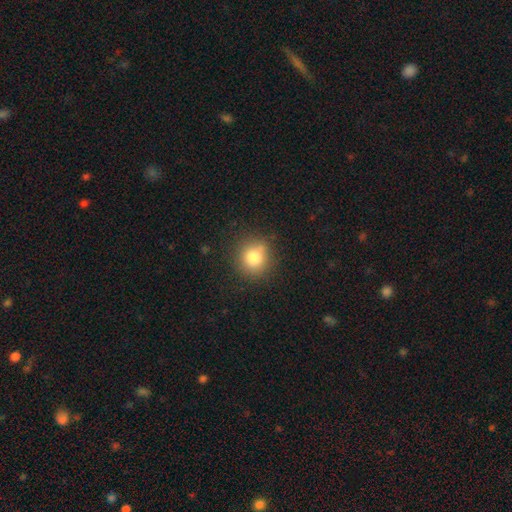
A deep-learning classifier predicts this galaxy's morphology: Smooth or featured?
  - smooth: 81% *
  - star or artifact: 12%
  - featured or disk: 8%
How rounded?
  - round: 86% *
  - in between: 13%
  - cigar-shaped: 1%
Merging?
  - none: 80% *
  - minor disturbance: 14%
  - major disturbance: 3%
  - merger: 3%